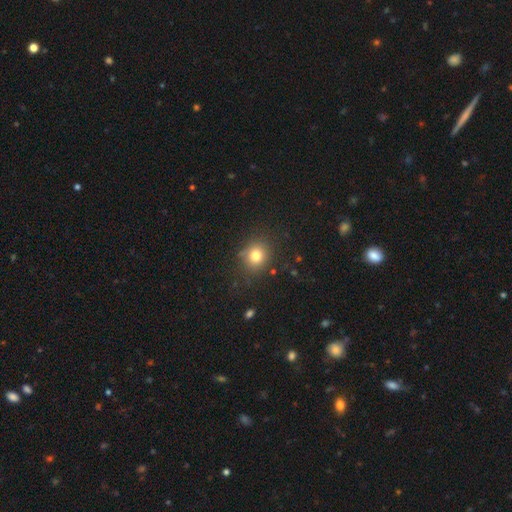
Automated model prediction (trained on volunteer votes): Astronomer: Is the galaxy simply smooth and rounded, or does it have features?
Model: smooth — 78%.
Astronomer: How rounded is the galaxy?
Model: round — 80%.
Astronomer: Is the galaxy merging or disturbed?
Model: none — 83%.